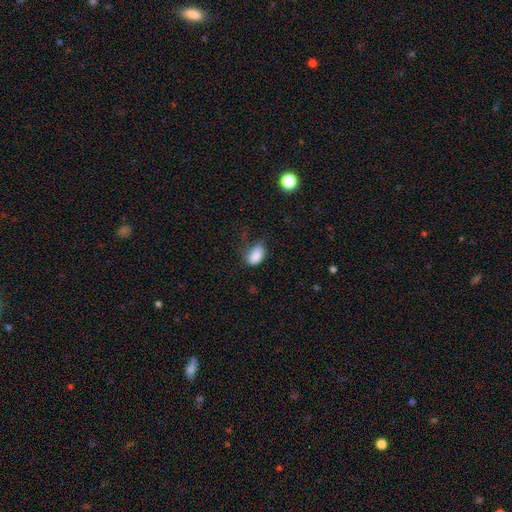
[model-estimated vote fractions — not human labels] Smooth or featured? Predicted: smooth (p=0.86). How rounded? Predicted: in between (p=0.90). Merging? Predicted: none (p=0.46).